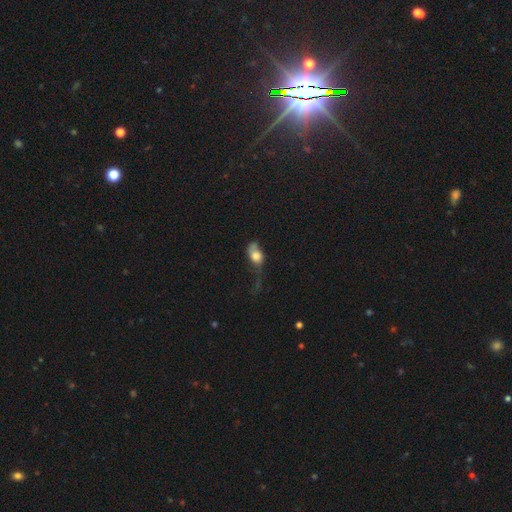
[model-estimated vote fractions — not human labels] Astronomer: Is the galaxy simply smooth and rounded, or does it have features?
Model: smooth — 64%.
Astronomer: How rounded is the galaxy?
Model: in between — 73%.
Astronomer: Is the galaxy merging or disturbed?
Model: major disturbance — 43% (runner-up: minor disturbance, 26%).